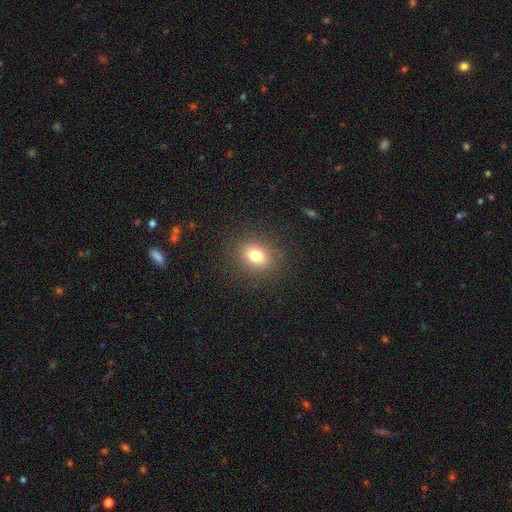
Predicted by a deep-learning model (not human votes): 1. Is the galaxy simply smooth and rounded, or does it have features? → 77% smooth, 13% star or artifact, 10% featured or disk.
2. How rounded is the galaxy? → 49% in between (tied), 49% round (tied), 1% cigar-shaped.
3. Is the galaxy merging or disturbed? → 87% none, 9% minor disturbance, 4% major disturbance, 1% merger.